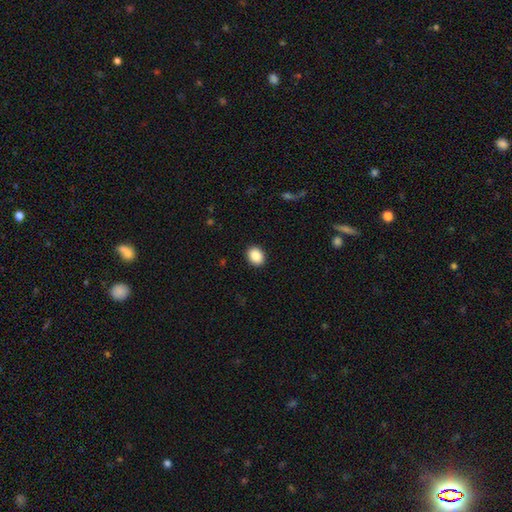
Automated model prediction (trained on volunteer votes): Smooth or featured? smooth (88%)
How rounded? in between (56%)
Merging? none (91%)